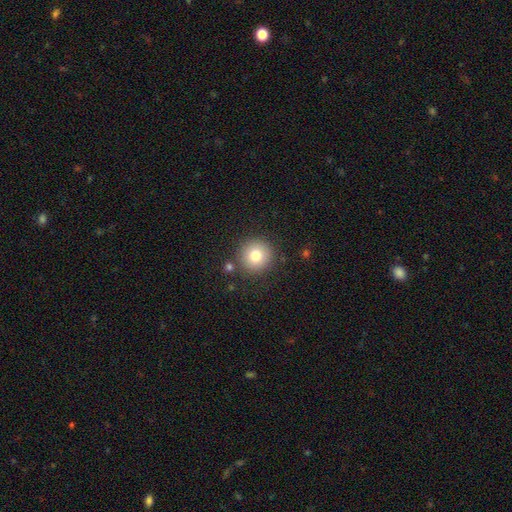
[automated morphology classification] The model was most divided on "smooth or featured": smooth: 78%, star or artifact: 11%, featured or disk: 11%. More confident: how rounded — round (95%); merging — none (86%).